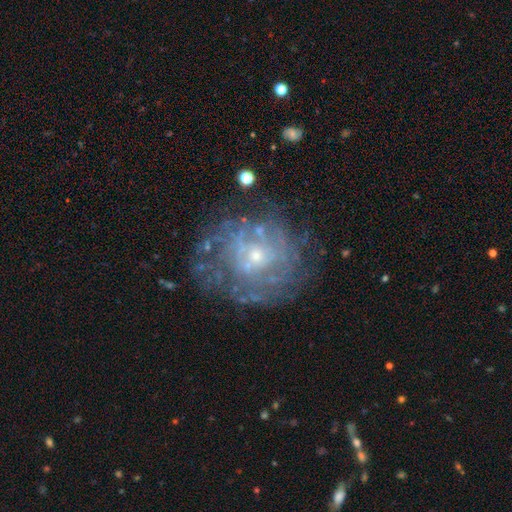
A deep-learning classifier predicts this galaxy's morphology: Smooth or featured?
  - featured or disk: 74% *
  - smooth: 15%
  - star or artifact: 11%
Edge-on disk?
  - no: 97% *
  - yes: 3%
Bar?
  - no: 73% *
  - weak: 23%
  - strong: 4%
Spiral arms?
  - yes: 63% *
  - no: 37%
Bulge size?
  - small: 68% *
  - moderate: 27%
  - none: 3%
  - large: 2%
  - dominant: 1%
Merging?
  - none: 70% *
  - minor disturbance: 17%
  - major disturbance: 11%
  - merger: 2%